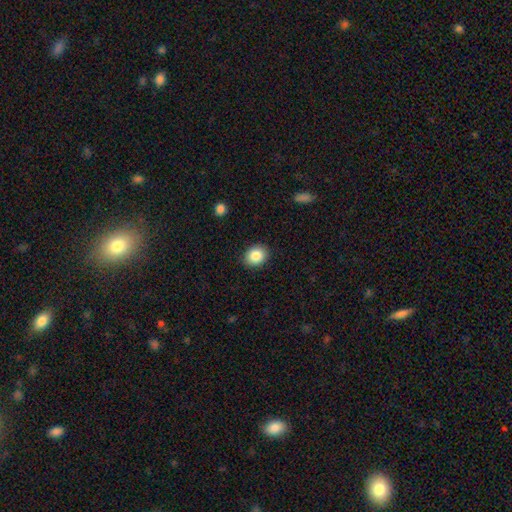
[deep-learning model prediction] smooth_or_featured: smooth (p=0.86) [alt: star or artifact p=0.08]
how_rounded: round (p=0.50) [alt: in between p=0.49]
merging: none (p=0.88) [alt: minor disturbance p=0.09]